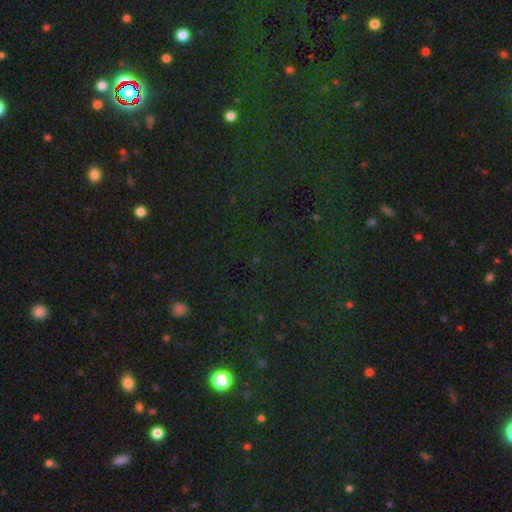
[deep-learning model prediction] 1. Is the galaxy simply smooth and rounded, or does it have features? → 77% star or artifact, 16% smooth, 7% featured or disk.